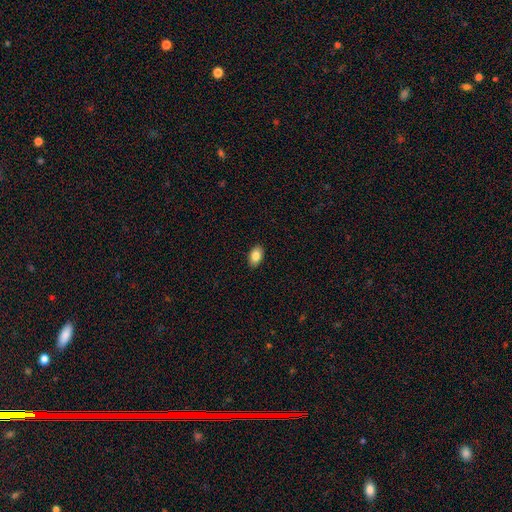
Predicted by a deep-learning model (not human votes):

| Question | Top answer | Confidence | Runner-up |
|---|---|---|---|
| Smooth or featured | smooth | 85% | star or artifact (8%) |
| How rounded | in between | 90% | round (8%) |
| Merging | none | 90% | minor disturbance (8%) |